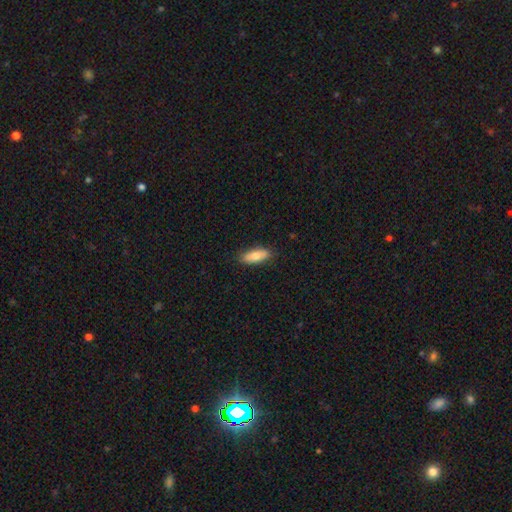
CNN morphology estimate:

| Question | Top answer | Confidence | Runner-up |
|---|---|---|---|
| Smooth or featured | smooth | 77% | featured or disk (17%) |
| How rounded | in between | 72% | cigar-shaped (26%) |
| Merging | none | 86% | minor disturbance (11%) |